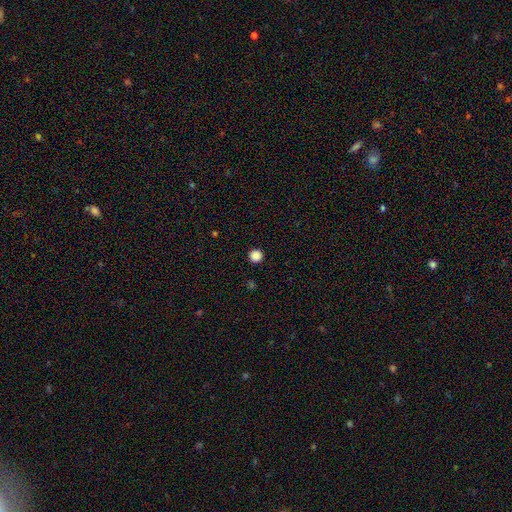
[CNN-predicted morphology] The model was most divided on "smooth or featured": smooth: 87%, star or artifact: 11%, featured or disk: 2%. More confident: how rounded — round (96%); merging — none (93%).